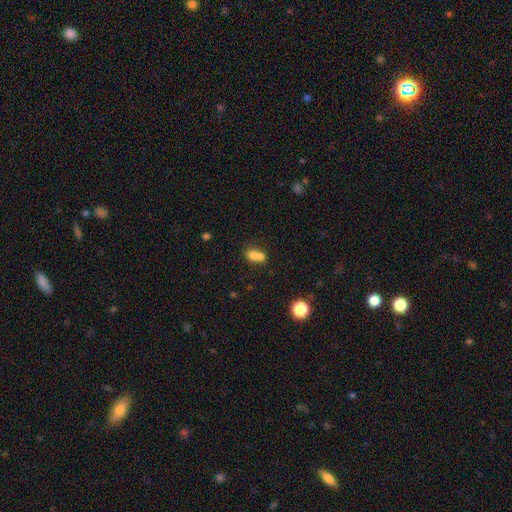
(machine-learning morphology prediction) This appears to be a smooth galaxy with no disk features (70%) that is round (56%). Merging: merger (66%).